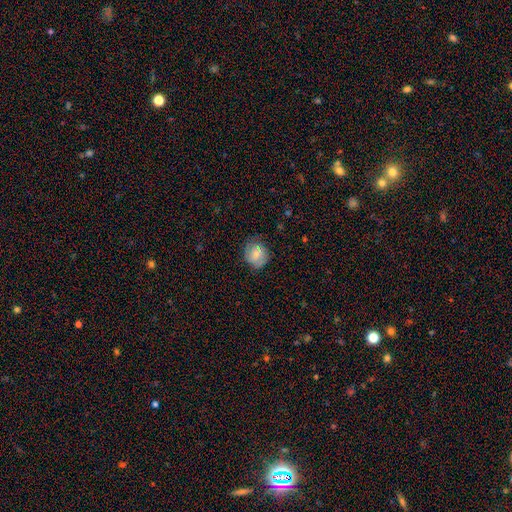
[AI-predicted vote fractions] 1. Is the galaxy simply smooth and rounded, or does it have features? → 66% smooth, 25% featured or disk, 9% star or artifact.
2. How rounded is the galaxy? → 74% round, 25% in between, 1% cigar-shaped.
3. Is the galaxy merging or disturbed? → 67% none, 23% minor disturbance, 7% major disturbance, 3% merger.